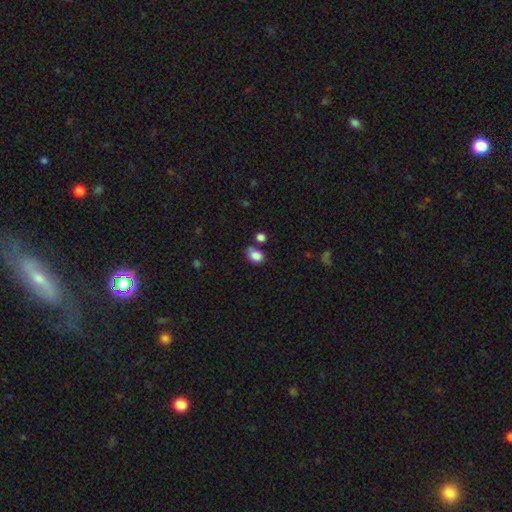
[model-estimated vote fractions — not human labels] This is clearly a smooth galaxy (84%). How rounded: likely in between (68%). Merging: possibly none (51%).